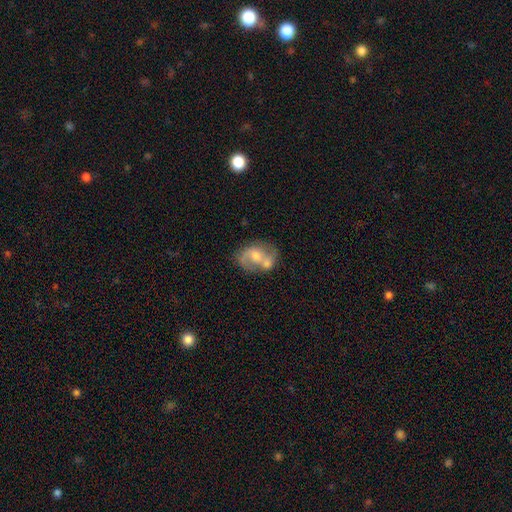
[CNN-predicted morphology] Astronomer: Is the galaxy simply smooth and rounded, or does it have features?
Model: featured or disk — 65%.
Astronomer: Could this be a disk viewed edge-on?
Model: no — 97%.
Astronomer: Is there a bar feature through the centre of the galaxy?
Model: no — 57% (runner-up: weak, 34%).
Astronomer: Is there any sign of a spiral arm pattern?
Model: yes — 76%.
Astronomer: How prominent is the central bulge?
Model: moderate — 54% (runner-up: small, 29%).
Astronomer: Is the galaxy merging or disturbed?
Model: merger — 38% (runner-up: none, 37%).